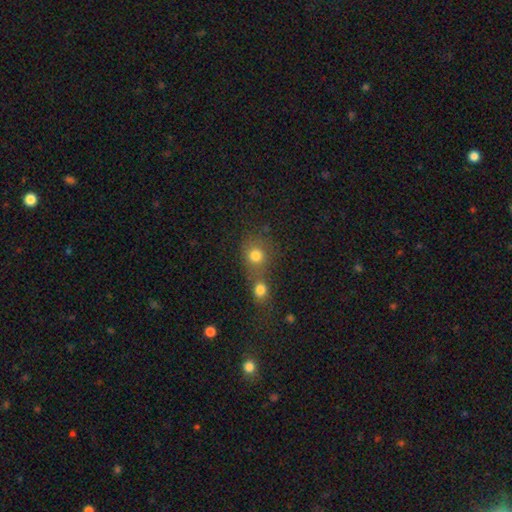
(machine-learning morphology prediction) smooth-or-featured: smooth: 77% | star or artifact: 13% | featured or disk: 9%
  how-rounded: round: 80% | in between: 18% | cigar-shaped: 1%
  merging: merger: 49% | none: 39% | minor disturbance: 7% | major disturbance: 4%